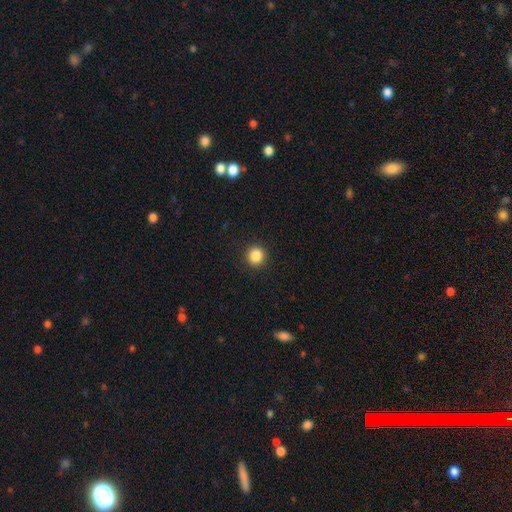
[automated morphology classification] smooth-or-featured: smooth: 86% | star or artifact: 10% | featured or disk: 3%
  how-rounded: round: 92% | in between: 7% | cigar-shaped: 1%
  merging: none: 92% | minor disturbance: 5% | major disturbance: 2% | merger: 1%